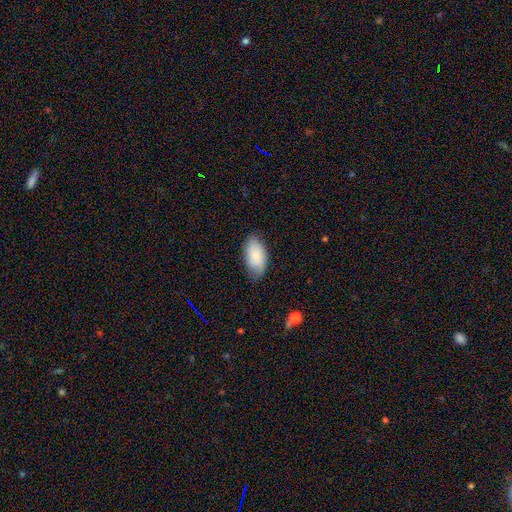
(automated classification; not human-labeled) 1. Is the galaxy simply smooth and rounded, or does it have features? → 81% smooth, 13% featured or disk, 6% star or artifact.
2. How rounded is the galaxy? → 95% in between, 3% round, 2% cigar-shaped.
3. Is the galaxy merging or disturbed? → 69% none, 25% minor disturbance, 5% major disturbance, 1% merger.